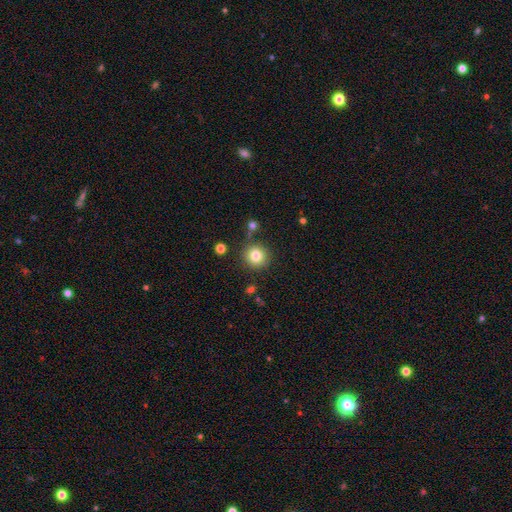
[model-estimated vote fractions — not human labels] Smooth or featured?
  - smooth: 82% *
  - star or artifact: 11%
  - featured or disk: 7%
How rounded?
  - round: 93% *
  - in between: 6%
  - cigar-shaped: 1%
Merging?
  - none: 86% *
  - minor disturbance: 8%
  - merger: 4%
  - major disturbance: 3%